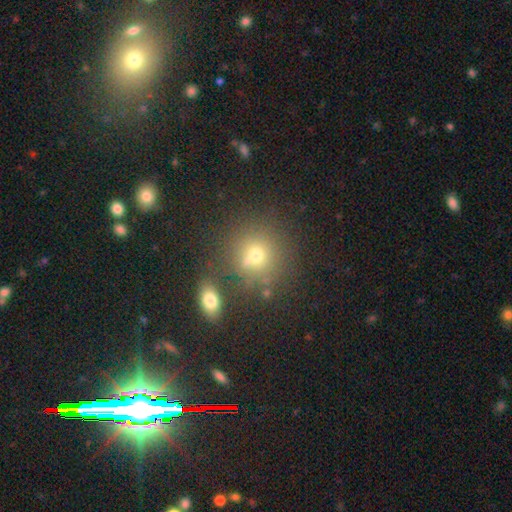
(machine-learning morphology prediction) Overall: smooth (68%). How rounded: round (86%). Merging: none (68%).